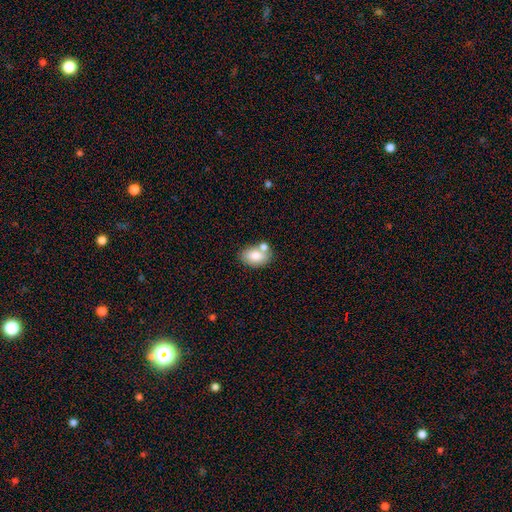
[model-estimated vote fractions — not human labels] The model was most divided on "merging": none: 56%, merger: 26%, minor disturbance: 15%, major disturbance: 4%. More confident: how rounded — in between (83%); smooth or featured — smooth (80%).